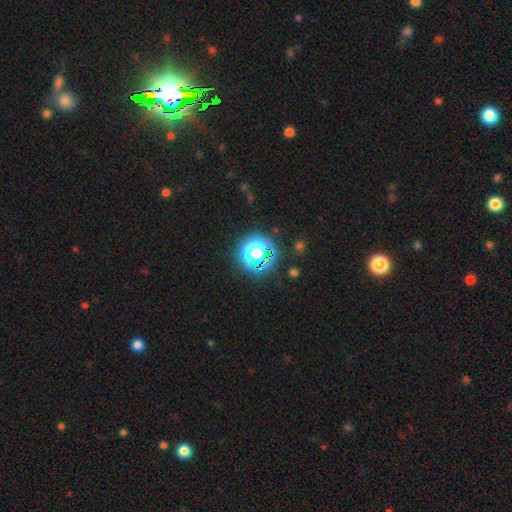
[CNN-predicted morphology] smooth-or-featured: star or artifact: 48% | smooth: 40% | featured or disk: 12%